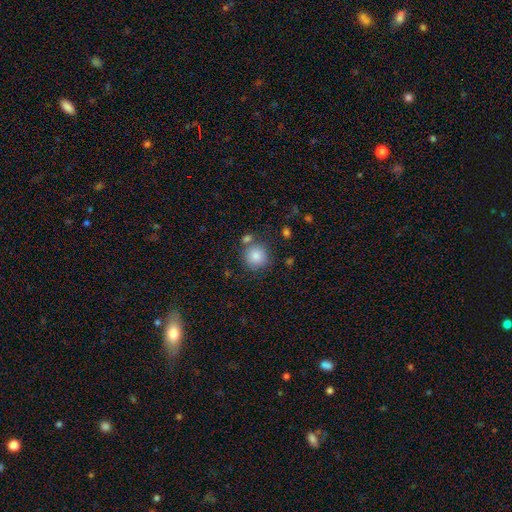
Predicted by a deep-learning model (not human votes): Smooth or featured? Predicted: smooth (p=0.84). How rounded? Predicted: round (p=0.92). Merging? Predicted: none (p=0.75).